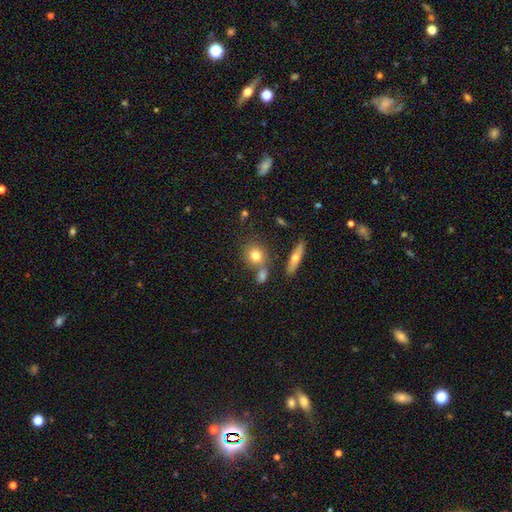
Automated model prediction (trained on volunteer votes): Overall: smooth (75%). How rounded: round (77%). Merging: none (64%).